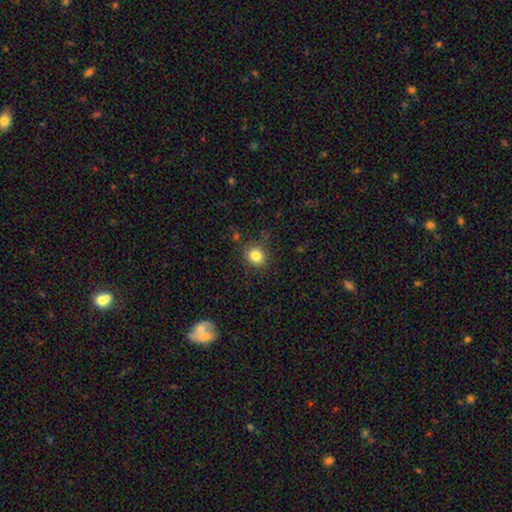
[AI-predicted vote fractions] Smooth or featured? smooth (83%)
How rounded? round (78%)
Merging? none (86%)